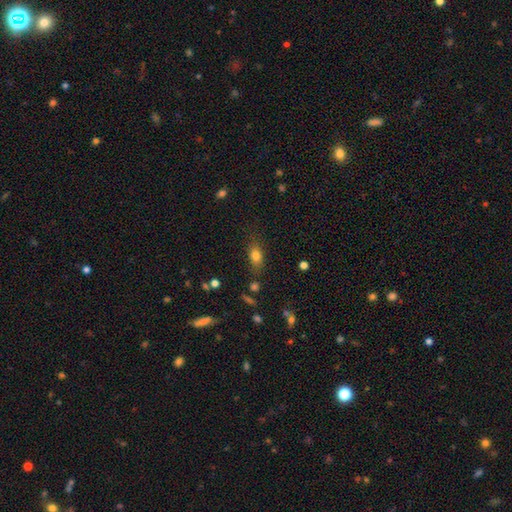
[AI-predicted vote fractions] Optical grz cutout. It shows a smooth galaxy with no disk features (78%) that is in between round and cigar-shaped (77%). Merging: none (76%).